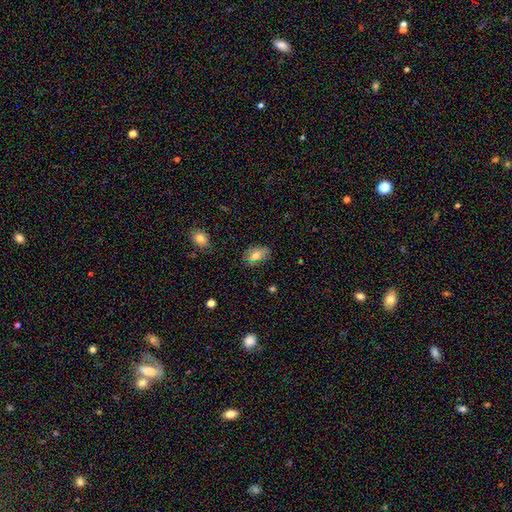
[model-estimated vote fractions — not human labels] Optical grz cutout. It shows a smooth galaxy with no disk features (70%) that is in between round and cigar-shaped (90%). Merging: none (76%).